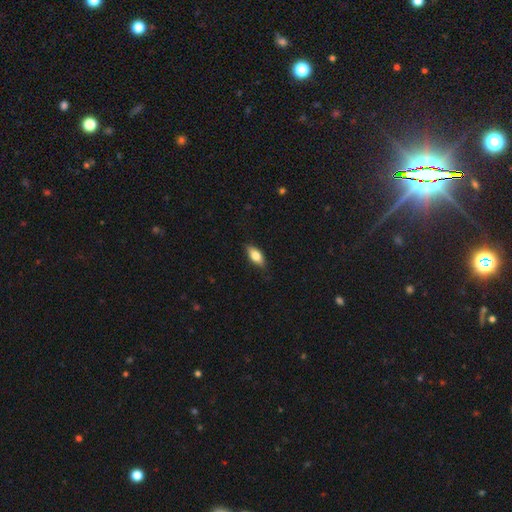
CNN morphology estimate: A smooth galaxy with no disk features (75%) that is in between round and cigar-shaped (84%).

Vote fractions:
- Smooth or featured? smooth: 75% / featured or disk: 18% / star or artifact: 7%
- How rounded? in between: 84% / cigar-shaped: 12% / round: 4%
- Merging? none: 83% / minor disturbance: 14% / major disturbance: 2% / merger: 1%